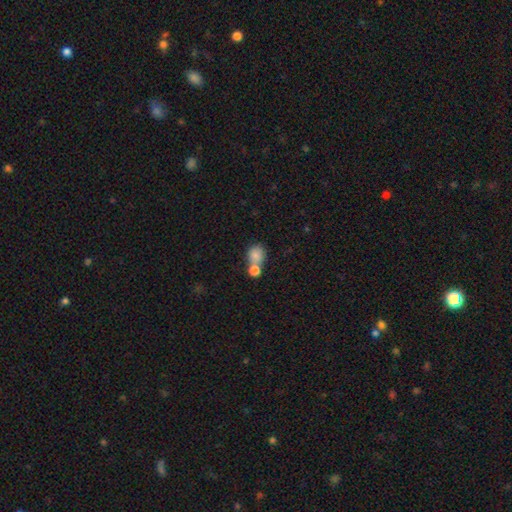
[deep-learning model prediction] A smooth galaxy with no disk features (81%) that is round (72%). Merging: none (45%).